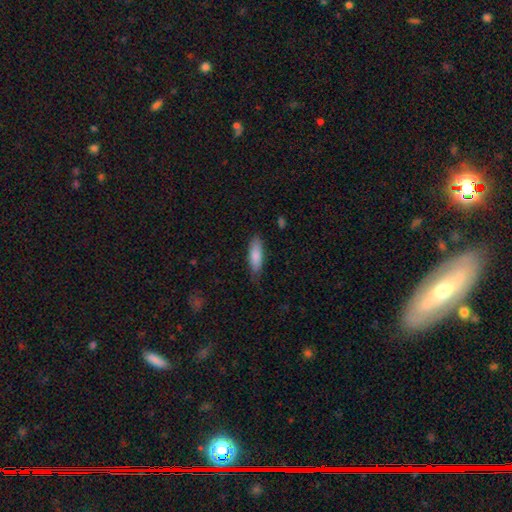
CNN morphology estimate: The model was most divided on "how rounded": in between: 55%, cigar-shaped: 44%, round: 2%. More confident: smooth or featured — smooth (84%); merging — none (75%).